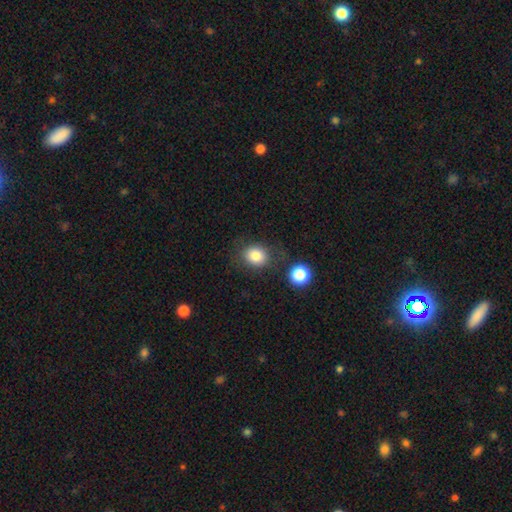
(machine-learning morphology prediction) A smooth galaxy with no disk features (82%) that is round (64%). Merging: none (74%).